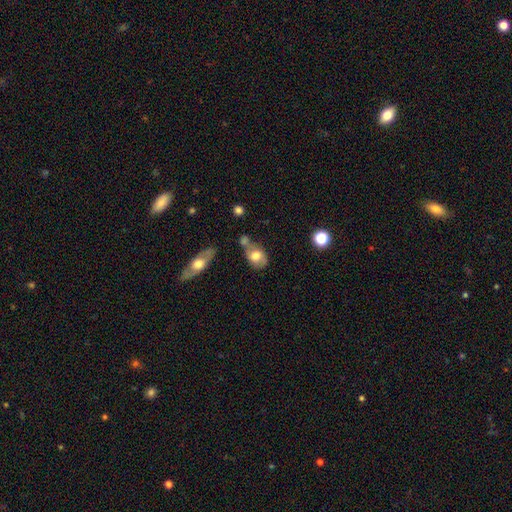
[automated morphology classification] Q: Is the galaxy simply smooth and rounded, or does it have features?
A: smooth — 67%.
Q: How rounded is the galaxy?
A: in between — 71%.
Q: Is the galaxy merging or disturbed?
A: none — 43%.